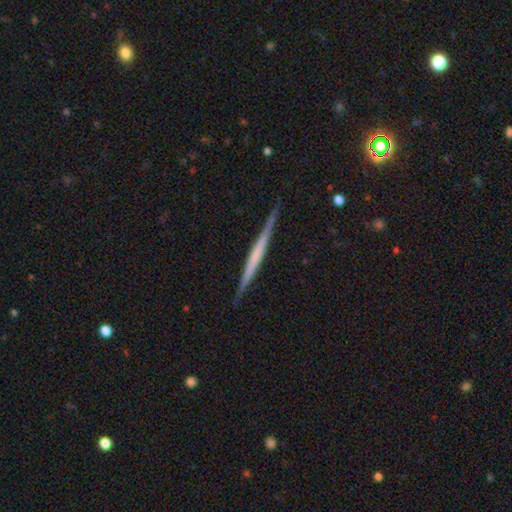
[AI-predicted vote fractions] Q: Smooth or featured?
A: featured or disk (64%); runner-up: smooth (30%)
Q: Edge-on disk?
A: yes (98%); runner-up: no (2%)
Q: Edge-on bulge?
A: none (75%); runner-up: rounded (13%)
Q: Merging?
A: none (89%); runner-up: minor disturbance (8%)